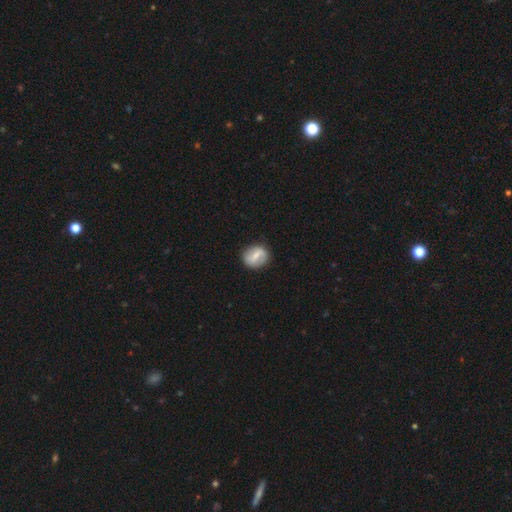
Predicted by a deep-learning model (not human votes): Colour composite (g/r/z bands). It shows a smooth galaxy with no disk features (51%) that is round (68%). Merging: none (85%).